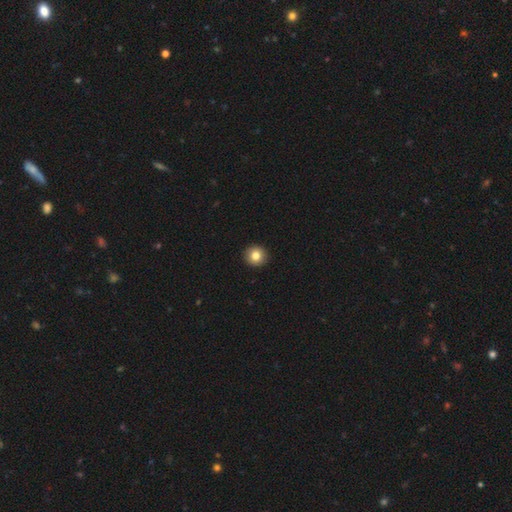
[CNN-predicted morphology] A smooth galaxy with no disk features (83%) that is round (94%).

Vote fractions:
- Smooth or featured? smooth: 83% / star or artifact: 9% / featured or disk: 8%
- How rounded? round: 94% / in between: 5% / cigar-shaped: 1%
- Merging? none: 93% / minor disturbance: 5% / major disturbance: 1% / merger: 1%